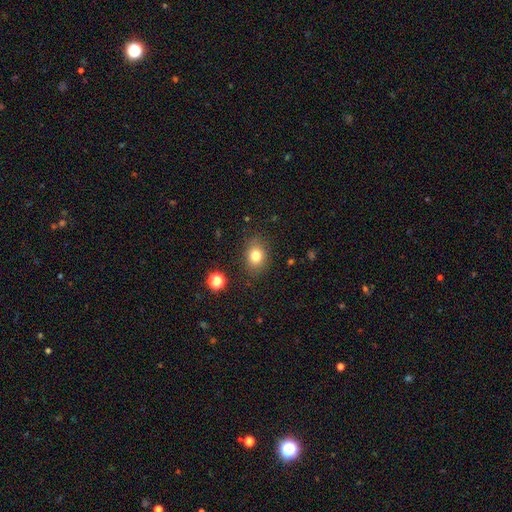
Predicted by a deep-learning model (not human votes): smooth_or_featured: smooth (p=0.79) [alt: star or artifact p=0.11]
how_rounded: in between (p=0.56) [alt: round p=0.43]
merging: none (p=0.83) [alt: minor disturbance p=0.12]